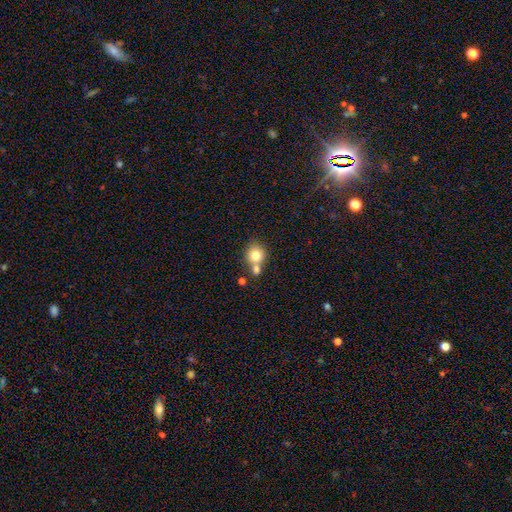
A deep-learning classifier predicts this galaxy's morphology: smooth-or-featured: smooth: 78% | featured or disk: 12% | star or artifact: 10%
  how-rounded: round: 84% | in between: 15% | cigar-shaped: 1%
  merging: none: 47% | merger: 42% | minor disturbance: 8% | major disturbance: 3%